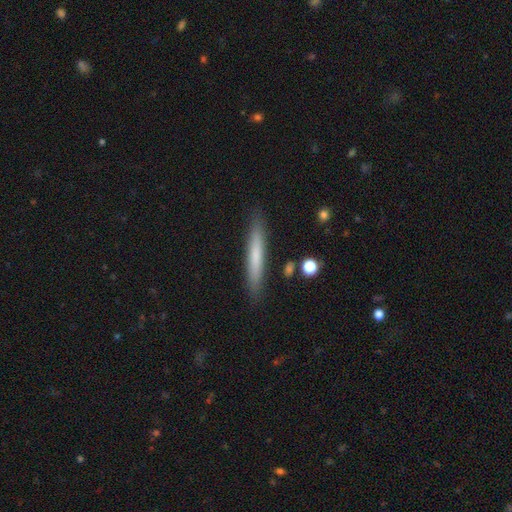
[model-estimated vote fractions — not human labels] This is likely a smooth galaxy (67%). How rounded: clearly cigar-shaped (95%). Merging: clearly none (88%).